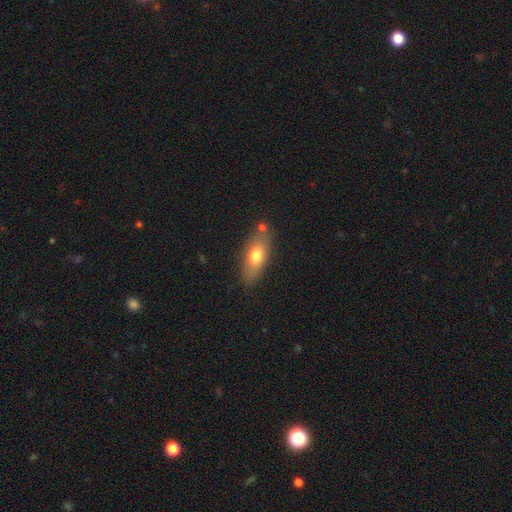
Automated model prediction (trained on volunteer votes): Smooth or featured: smooth — 69% (featured or disk — 24%)
How rounded: in between — 72% (cigar-shaped — 24%)
Merging: none — 76% (minor disturbance — 14%)